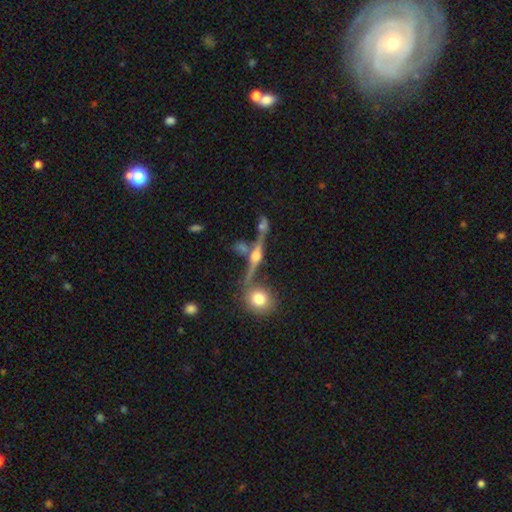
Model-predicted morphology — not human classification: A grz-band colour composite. It shows a featured or disk galaxy (79%) viewed edge-on (93%) with a rounded central bulge (94%). Merging: none (71%).